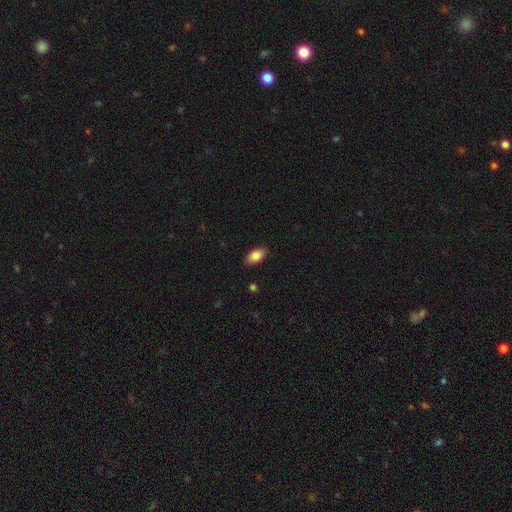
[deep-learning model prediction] Smooth or featured? smooth (85%)
How rounded? in between (91%)
Merging? none (87%)